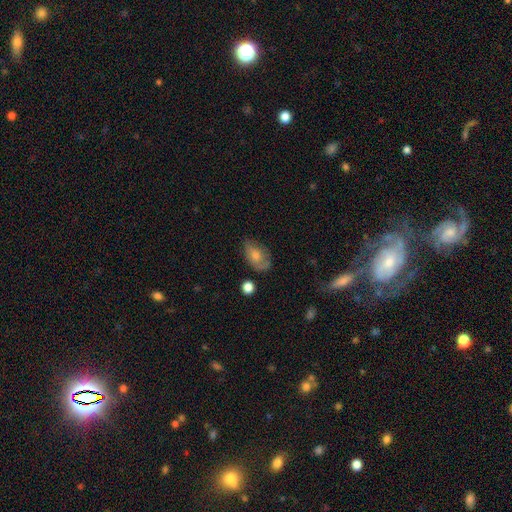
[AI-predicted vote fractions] Q: Smooth or featured?
A: smooth (63%); runner-up: featured or disk (28%)
Q: How rounded?
A: in between (85%); runner-up: round (13%)
Q: Merging?
A: none (54%); runner-up: minor disturbance (30%)